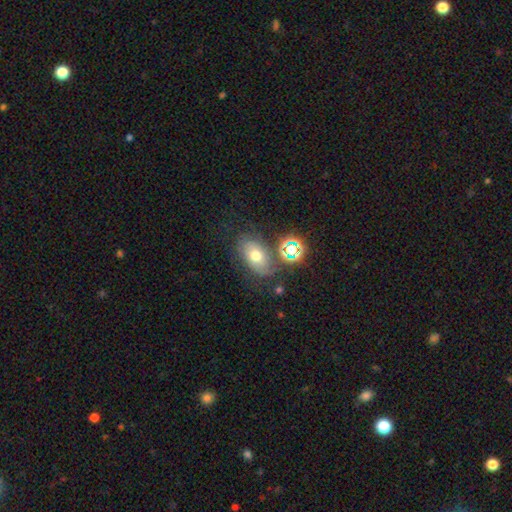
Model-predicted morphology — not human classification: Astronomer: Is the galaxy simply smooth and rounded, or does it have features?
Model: smooth — 50% (runner-up: featured or disk, 30%).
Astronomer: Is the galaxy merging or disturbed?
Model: none — 67%.